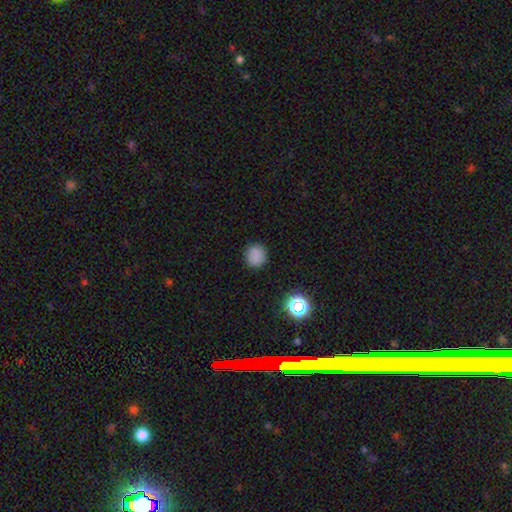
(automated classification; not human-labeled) This appears to be a smooth galaxy with no disk features (82%) that is round (89%). Merging: none (89%).